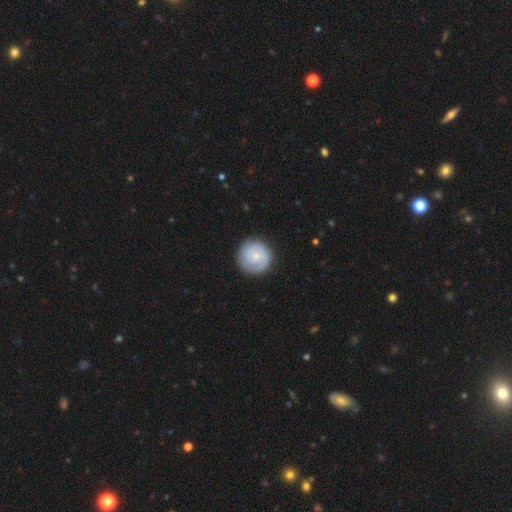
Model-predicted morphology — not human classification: smooth_or_featured: smooth (p=0.48) [alt: featured or disk p=0.47]
merging: none (p=0.83) [alt: minor disturbance p=0.12]